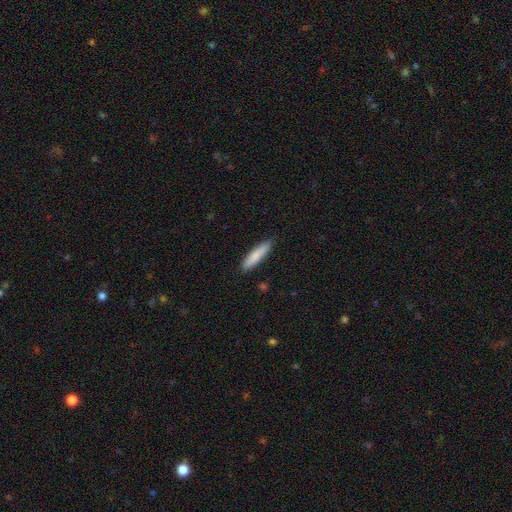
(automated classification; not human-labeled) Smooth or featured? smooth (83%)
How rounded? cigar-shaped (80%)
Merging? none (88%)